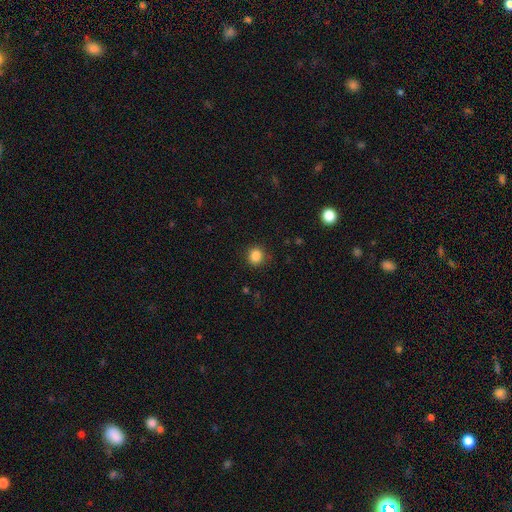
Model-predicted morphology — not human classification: Smooth or featured: smooth — 85% (star or artifact — 11%)
How rounded: round — 89% (in between — 11%)
Merging: none — 88% (minor disturbance — 8%)